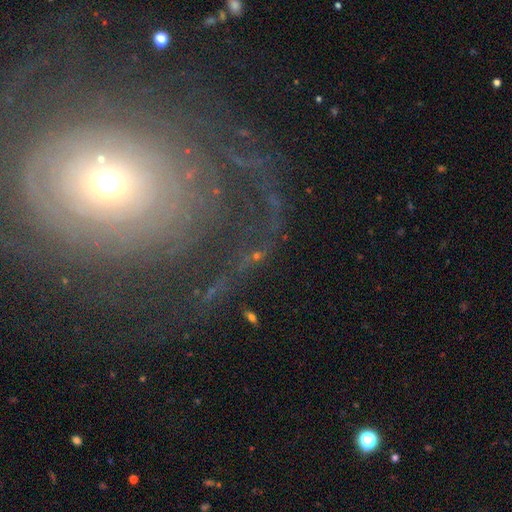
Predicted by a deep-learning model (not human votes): Smooth or featured? featured or disk (65%)
Edge-on disk? no (93%)
Bar? no (71%)
Spiral arms? yes (67%)
Bulge size? moderate (51%)
Merging? none (49%)